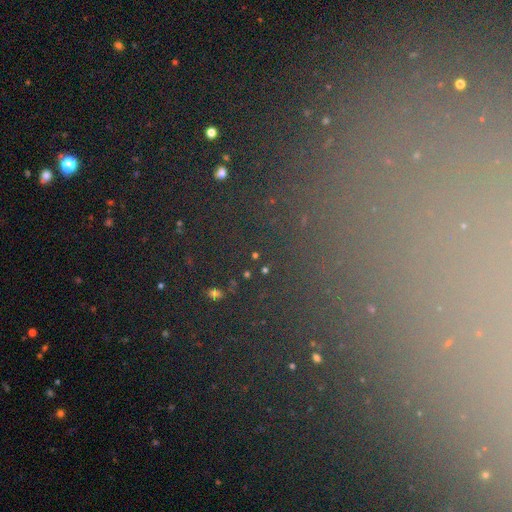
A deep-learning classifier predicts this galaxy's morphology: A star or artifact, not a galaxy (63%).